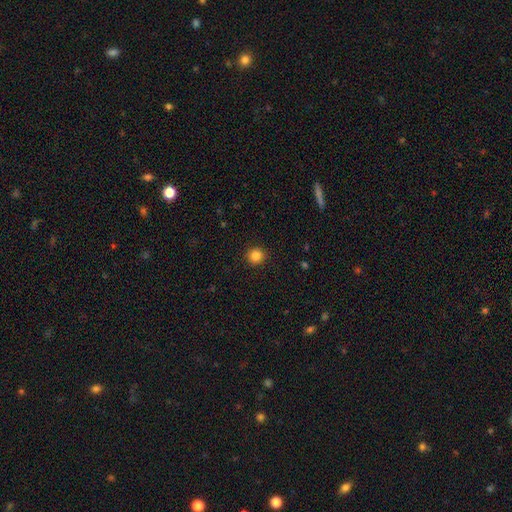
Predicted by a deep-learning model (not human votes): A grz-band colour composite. It shows a smooth galaxy with no disk features (84%) that is round (93%). Merging: none (92%).